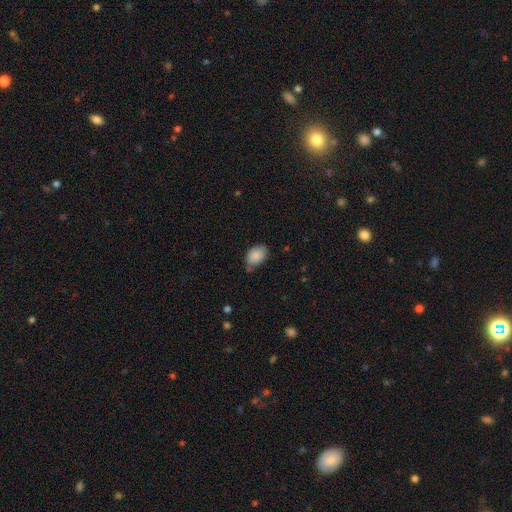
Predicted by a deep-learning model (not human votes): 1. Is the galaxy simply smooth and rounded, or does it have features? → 88% smooth, 7% star or artifact, 5% featured or disk.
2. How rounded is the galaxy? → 86% in between, 12% round, 1% cigar-shaped.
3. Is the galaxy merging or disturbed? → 64% none, 27% minor disturbance, 5% major disturbance, 4% merger.